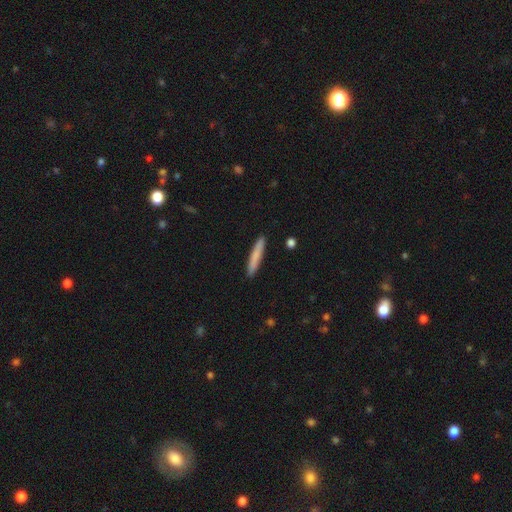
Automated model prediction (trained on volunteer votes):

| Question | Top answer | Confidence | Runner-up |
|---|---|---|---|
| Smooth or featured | smooth | 77% | featured or disk (17%) |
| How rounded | cigar-shaped | 95% | in between (4%) |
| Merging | none | 91% | minor disturbance (6%) |